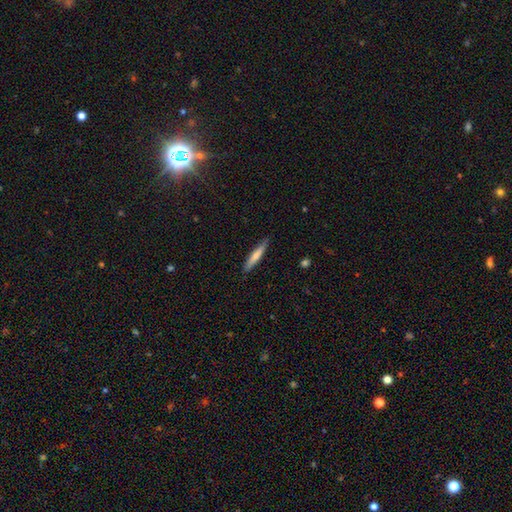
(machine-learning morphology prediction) Smooth or featured?
  - smooth: 69% *
  - featured or disk: 25%
  - star or artifact: 5%
How rounded?
  - cigar-shaped: 92% *
  - in between: 6%
  - round: 1%
Merging?
  - none: 88% *
  - minor disturbance: 9%
  - major disturbance: 2%
  - merger: 1%